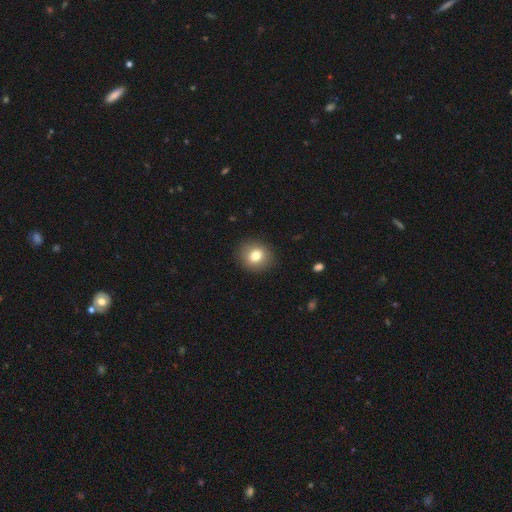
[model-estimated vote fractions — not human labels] Smooth or featured: smooth — 79% (featured or disk — 12%)
How rounded: round — 79% (in between — 20%)
Merging: none — 90% (minor disturbance — 7%)